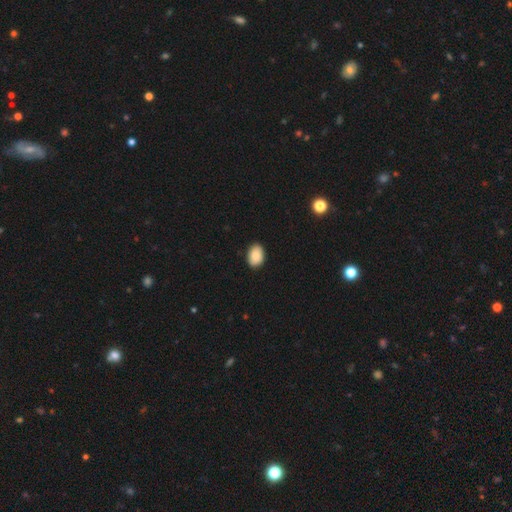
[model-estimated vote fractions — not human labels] A smooth galaxy with no disk features (89%) that is in between round and cigar-shaped (84%). Merging: none (88%).